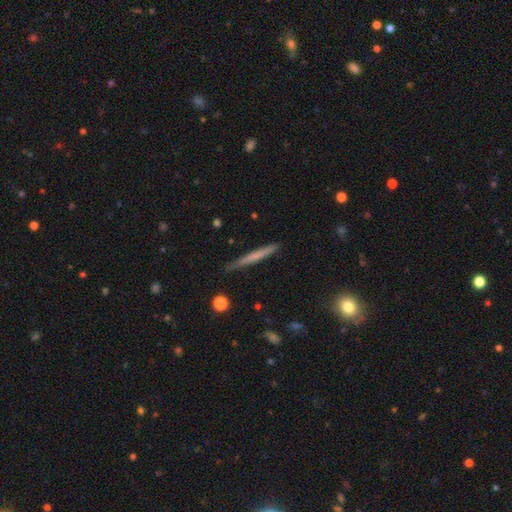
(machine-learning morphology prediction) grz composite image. It shows a smooth galaxy with no disk features (55%) that is cigar-shaped (96%). Merging: none (86%).